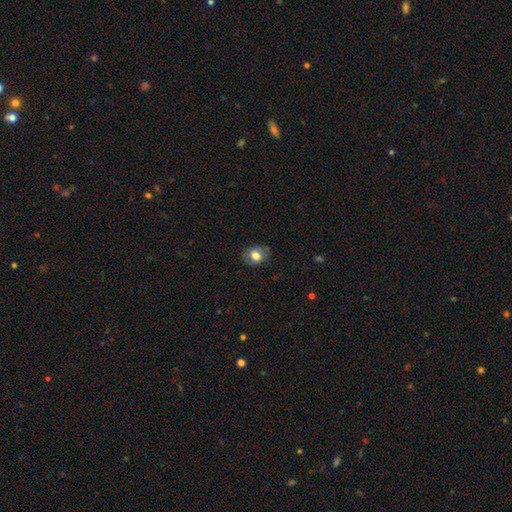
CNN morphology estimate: This appears to be a smooth galaxy with no disk features (76%) that is in between round and cigar-shaped (52%). Merging: none (78%).